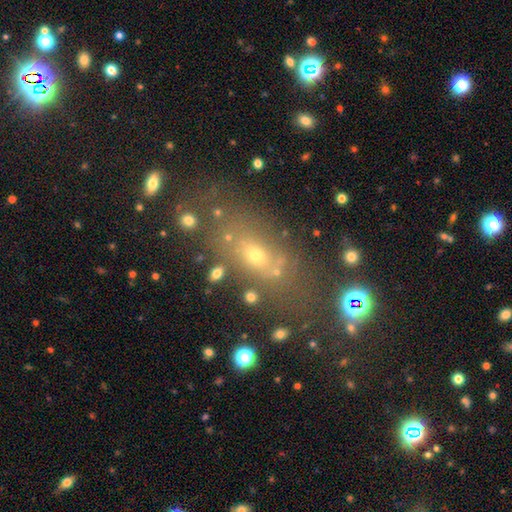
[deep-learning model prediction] smooth-or-featured: smooth: 55% | star or artifact: 24% | featured or disk: 22%
  how-rounded: in between: 70% | round: 19% | cigar-shaped: 11%
  merging: none: 61% | minor disturbance: 16% | major disturbance: 11% | merger: 11%